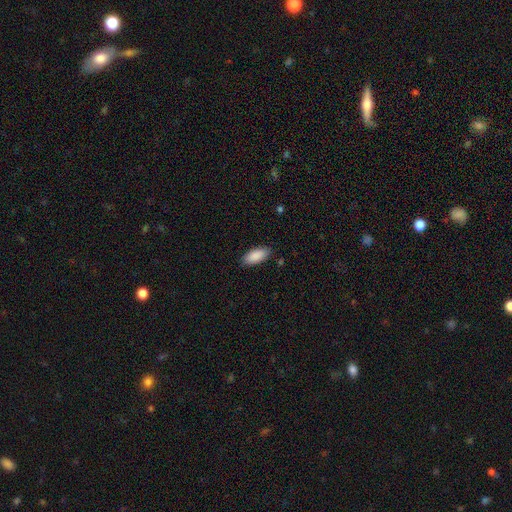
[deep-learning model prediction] Overall: smooth (90%). How rounded: in between (88%). Merging: none (86%).